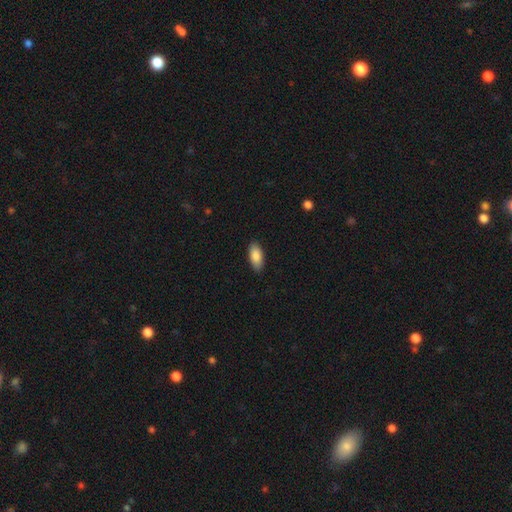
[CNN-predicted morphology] smooth 87%, featured or disk 7%, star or artifact 6%. Down the decision tree: how rounded — in between (90%); merging — none (88%).